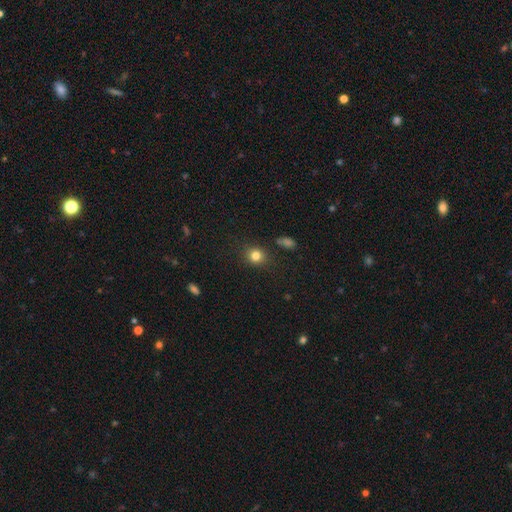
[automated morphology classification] The model was most divided on "how rounded": round: 81%, in between: 18%, cigar-shaped: 1%. More confident: merging — none (84%); smooth or featured — smooth (82%).